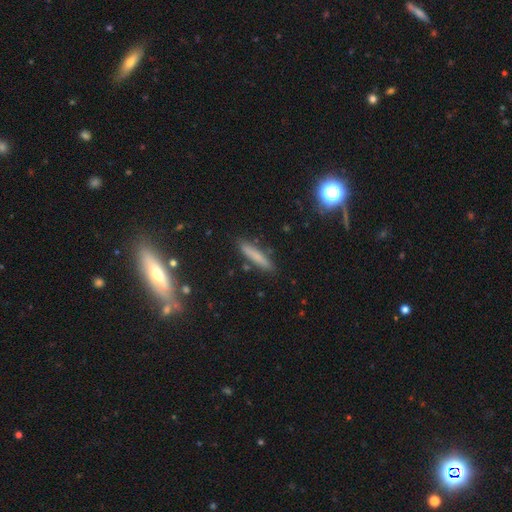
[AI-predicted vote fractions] smooth-or-featured: smooth: 74% | featured or disk: 16% | star or artifact: 10%
  how-rounded: cigar-shaped: 90% | in between: 8% | round: 2%
  merging: none: 87% | minor disturbance: 9% | merger: 2% | major disturbance: 2%